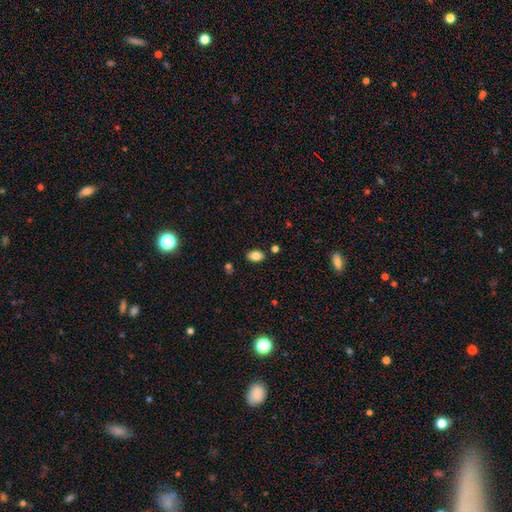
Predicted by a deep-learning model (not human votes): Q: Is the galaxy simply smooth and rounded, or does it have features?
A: smooth — 82%.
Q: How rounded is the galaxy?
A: in between — 85%.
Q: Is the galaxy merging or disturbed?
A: none — 83%.